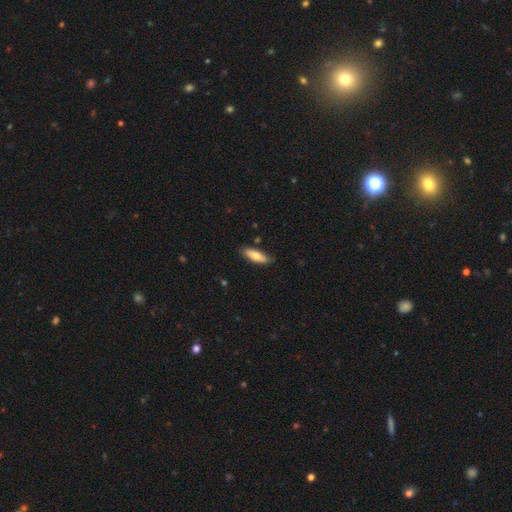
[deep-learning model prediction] smooth 75%, featured or disk 19%, star or artifact 6%. Down the decision tree: how rounded — in between (59%); merging — none (83%).